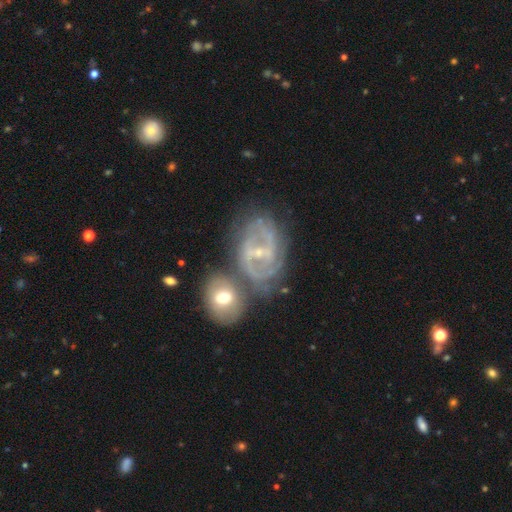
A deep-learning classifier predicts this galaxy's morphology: featured or disk 79%, smooth 11%, star or artifact 10%. Down the decision tree: edge-on disk — no (96%); bar — weak (47%); spiral arms — yes (90%); spiral arm count — 2 (44%); spiral winding — tight (51%); bulge size — small (69%); merging — none (51%).